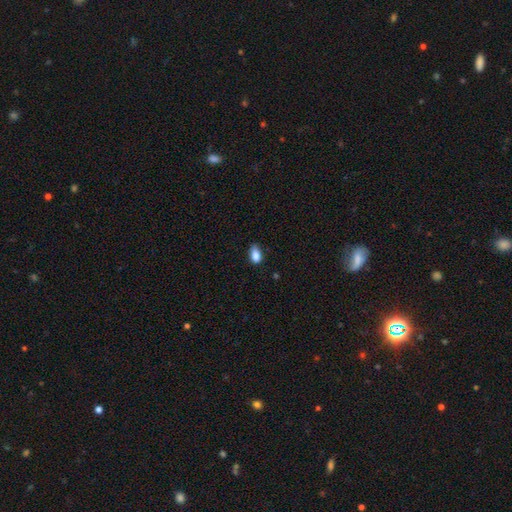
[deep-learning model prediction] Overall: smooth (86%). How rounded: in between (89%). Merging: none (61%; minor disturbance 32%).